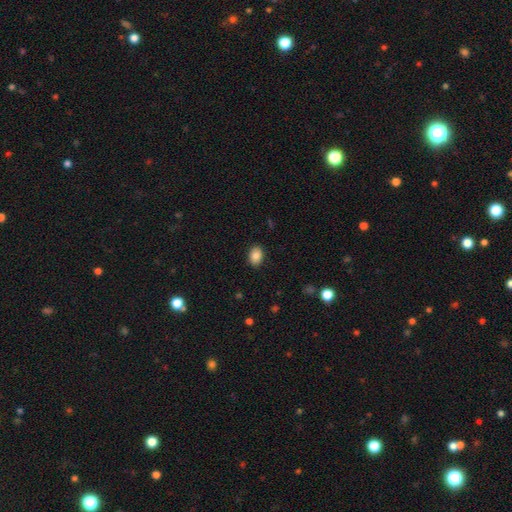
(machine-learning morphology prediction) A smooth galaxy with no disk features (85%) that is in between round and cigar-shaped (74%).

Vote fractions:
- Smooth or featured? smooth: 85% / star or artifact: 8% / featured or disk: 7%
- How rounded? in between: 74% / round: 25% / cigar-shaped: 1%
- Merging? none: 89% / minor disturbance: 8% / major disturbance: 2% / merger: 1%